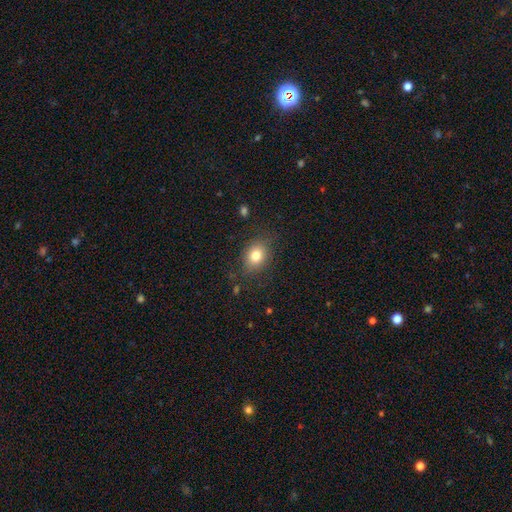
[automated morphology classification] smooth 81%, star or artifact 10%, featured or disk 9%. Down the decision tree: how rounded — in between (53%); merging — none (80%).